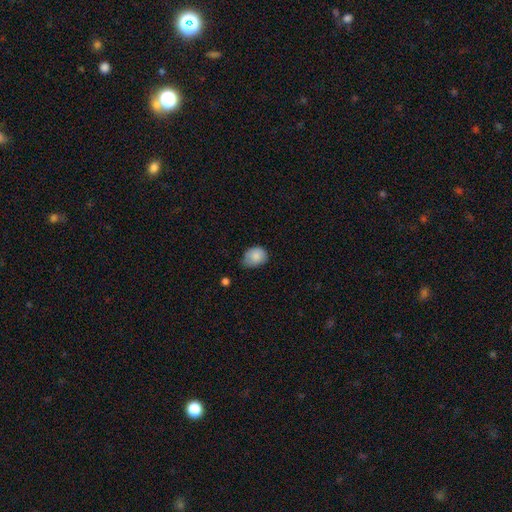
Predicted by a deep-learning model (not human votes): smooth_or_featured: smooth (p=0.83) [alt: featured or disk p=0.10]
how_rounded: in between (p=0.58) [alt: round p=0.41]
merging: none (p=0.52) [alt: minor disturbance p=0.40]